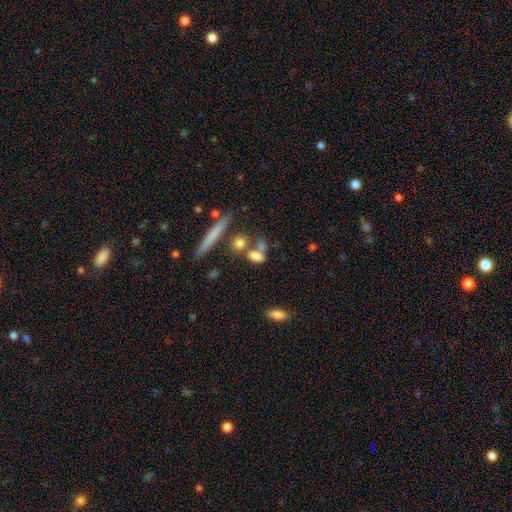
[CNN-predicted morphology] This is likely a smooth galaxy (72%). How rounded: likely in between (63%). Merging: marginally none (43%).